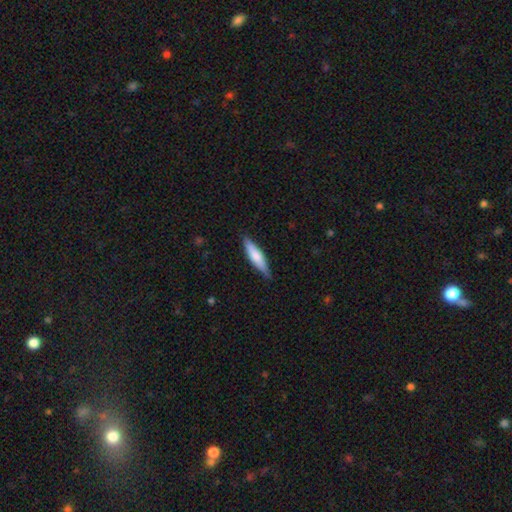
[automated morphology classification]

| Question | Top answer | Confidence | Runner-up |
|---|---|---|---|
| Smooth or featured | smooth | 69% | featured or disk (26%) |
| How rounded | cigar-shaped | 77% | in between (22%) |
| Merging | none | 83% | minor disturbance (13%) |